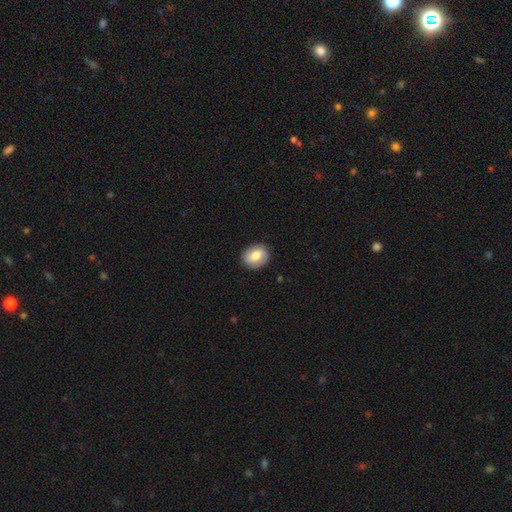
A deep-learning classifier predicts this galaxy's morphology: smooth_or_featured: smooth (p=0.64) [alt: featured or disk p=0.28]
how_rounded: round (p=0.56) [alt: in between p=0.43]
merging: none (p=0.86) [alt: minor disturbance p=0.10]